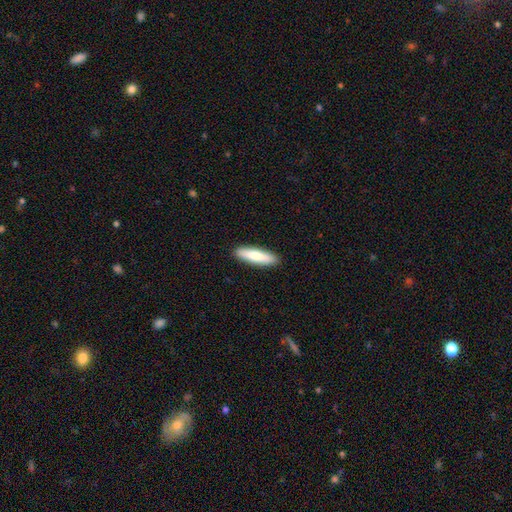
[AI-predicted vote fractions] smooth 79%, featured or disk 16%, star or artifact 5%. Down the decision tree: how rounded — cigar-shaped (72%); merging — none (91%).